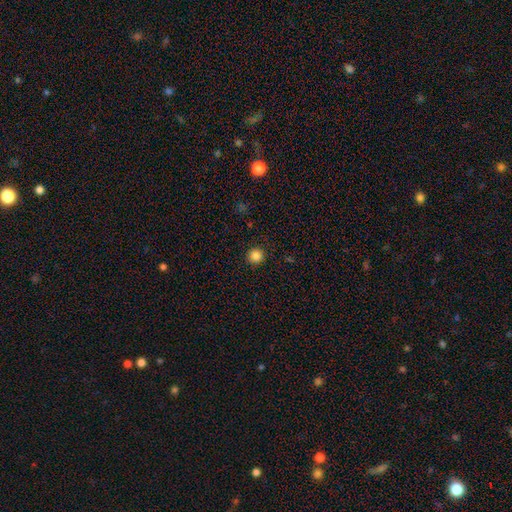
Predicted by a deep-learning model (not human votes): smooth_or_featured: smooth (p=0.86) [alt: star or artifact p=0.11]
how_rounded: round (p=0.95) [alt: in between p=0.04]
merging: none (p=0.92) [alt: minor disturbance p=0.05]